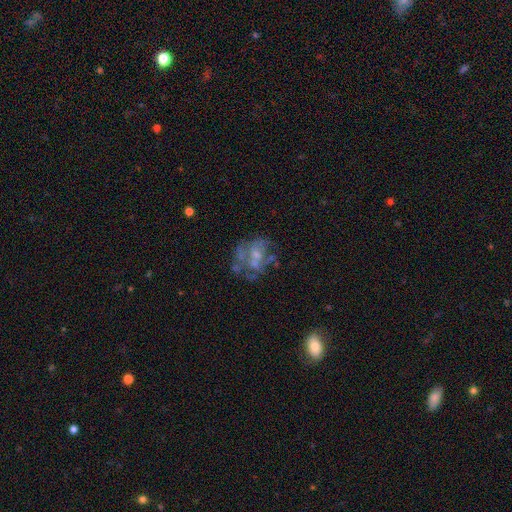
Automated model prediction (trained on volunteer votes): This appears to be a featured or disk galaxy (65%) with no bar (85%), no spiral arms (83%) and a small central bulge (35%). Merging: none (39%).